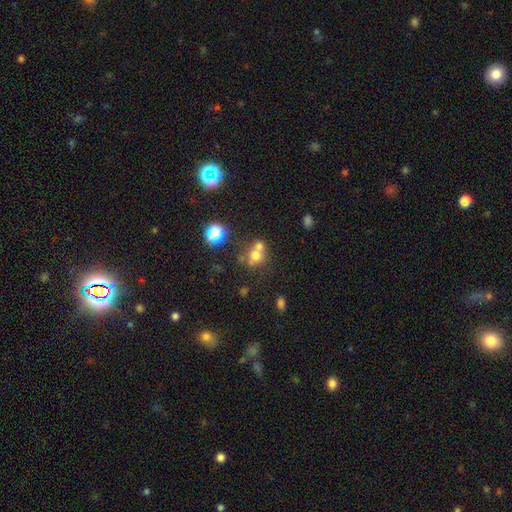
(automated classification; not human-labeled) A smooth galaxy with no disk features (63%) that is round (72%).

Vote fractions:
- Smooth or featured? smooth: 63% / star or artifact: 19% / featured or disk: 18%
- How rounded? round: 72% / in between: 26% / cigar-shaped: 1%
- Merging? merger: 48% / none: 38% / minor disturbance: 9% / major disturbance: 5%